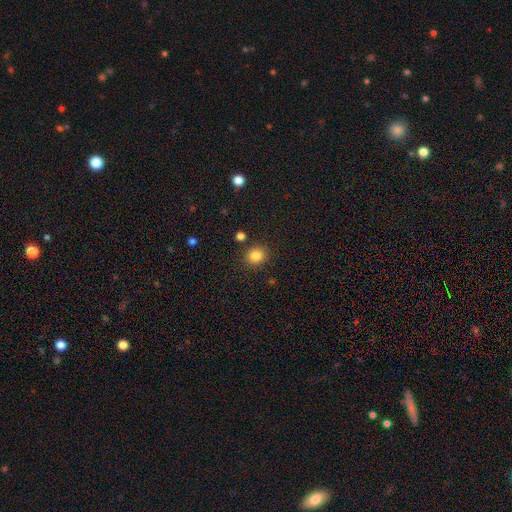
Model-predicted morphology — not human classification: smooth 83%, star or artifact 12%, featured or disk 5%. Down the decision tree: how rounded — round (81%); merging — none (87%).